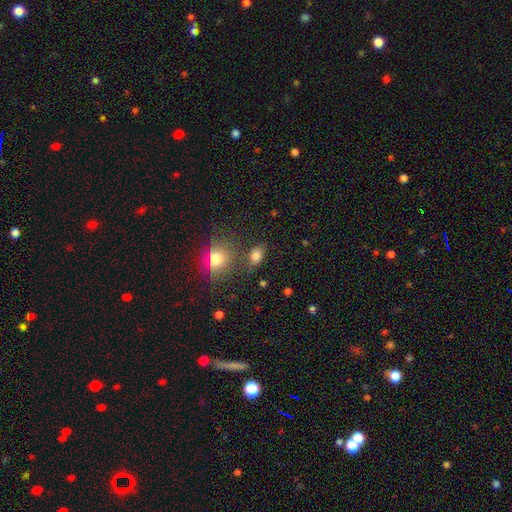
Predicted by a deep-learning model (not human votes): This appears to be a smooth galaxy with no disk features (80%) that is in between round and cigar-shaped (76%). Merging: none (72%).